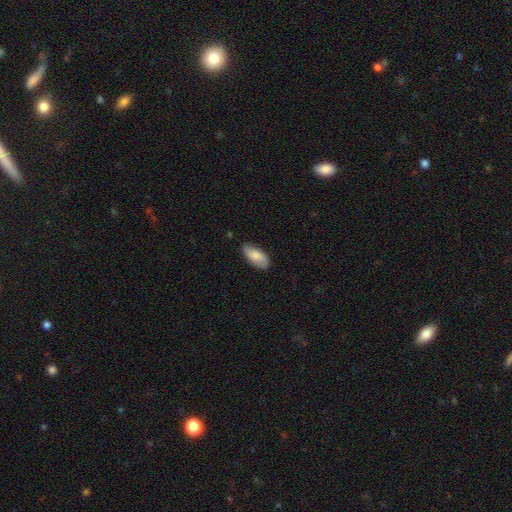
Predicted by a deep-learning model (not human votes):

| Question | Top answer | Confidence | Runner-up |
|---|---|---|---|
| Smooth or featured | smooth | 78% | featured or disk (16%) |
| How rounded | in between | 90% | cigar-shaped (7%) |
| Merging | none | 78% | minor disturbance (18%) |